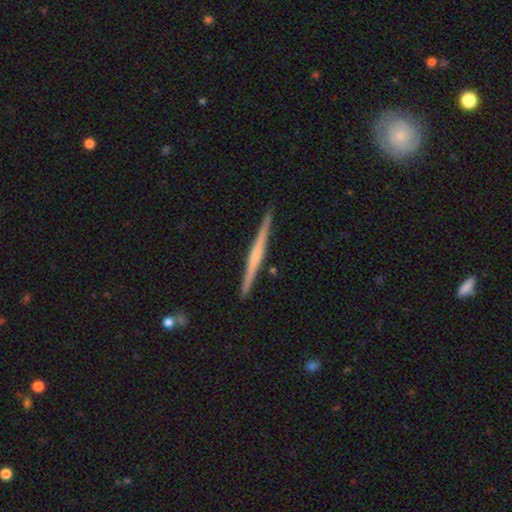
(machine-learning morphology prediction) A featured or disk galaxy (67%) viewed edge-on (98%) with no central bulge (50%). Merging: none (92%).